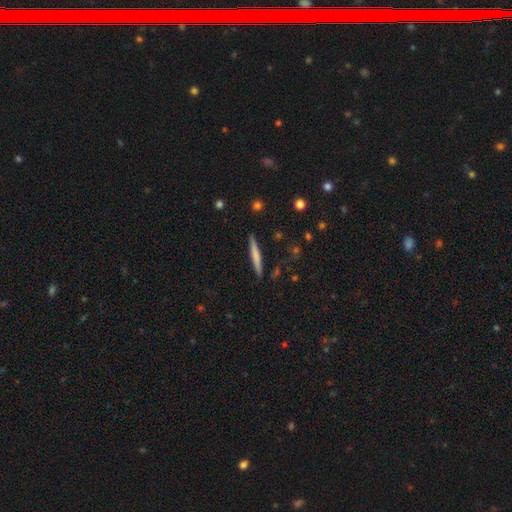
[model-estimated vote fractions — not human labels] This appears to be a smooth galaxy with no disk features (62%) that is cigar-shaped (96%). Merging: none (90%).